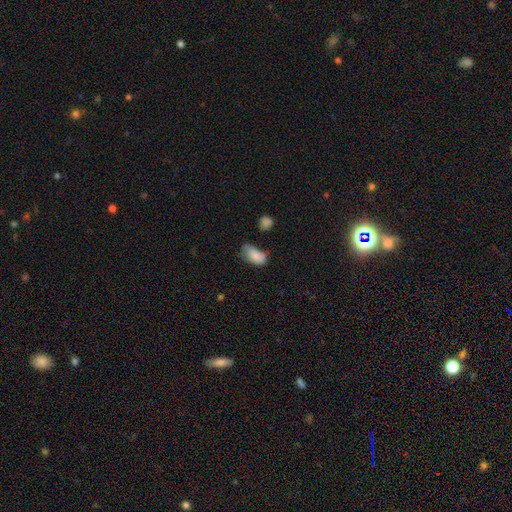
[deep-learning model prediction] Smooth or featured? smooth (84%)
How rounded? in between (92%)
Merging? none (42%)